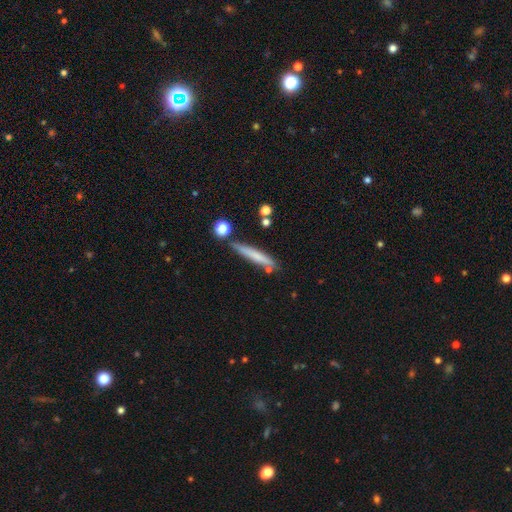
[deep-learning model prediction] smooth-or-featured: smooth: 62% | featured or disk: 31% | star or artifact: 7%
  how-rounded: cigar-shaped: 94% | in between: 5% | round: 2%
  merging: none: 77% | minor disturbance: 13% | merger: 6% | major disturbance: 3%